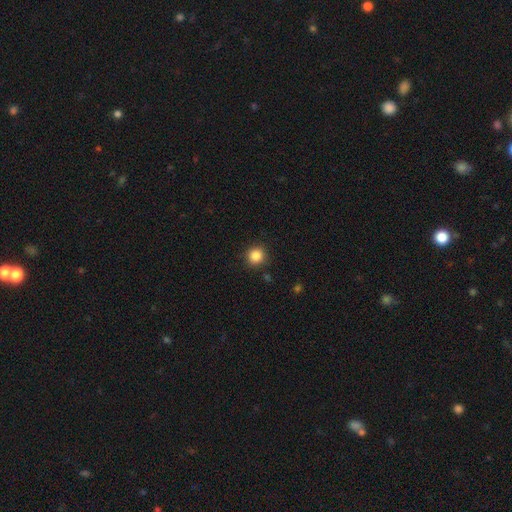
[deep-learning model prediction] Smooth or featured? Predicted: smooth (p=0.86). How rounded? Predicted: round (p=0.92). Merging? Predicted: none (p=0.89).